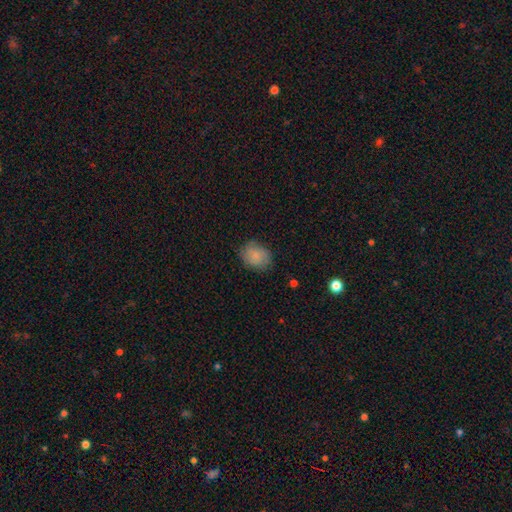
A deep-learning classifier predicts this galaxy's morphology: smooth 81%, featured or disk 11%, star or artifact 8%. Down the decision tree: how rounded — in between (55%); merging — none (78%).